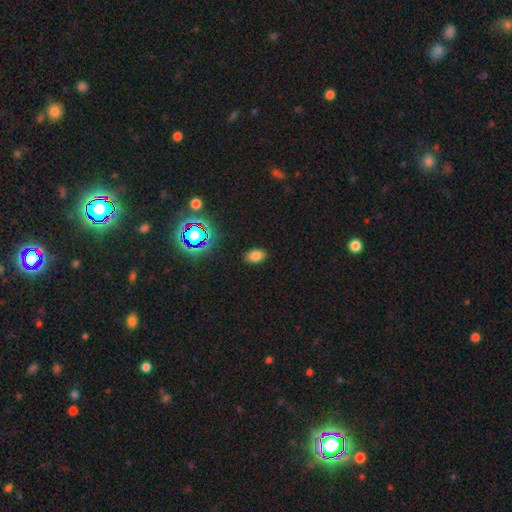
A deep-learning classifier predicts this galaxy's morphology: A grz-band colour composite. It shows a smooth galaxy with no disk features (79%) that is in between round and cigar-shaped (84%). Merging: none (87%).